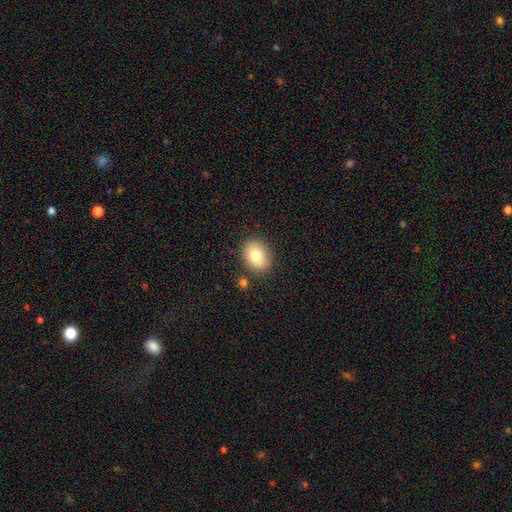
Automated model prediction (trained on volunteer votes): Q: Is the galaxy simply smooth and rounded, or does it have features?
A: smooth — 78%.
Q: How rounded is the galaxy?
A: in between — 70%.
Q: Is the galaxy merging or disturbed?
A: none — 83%.